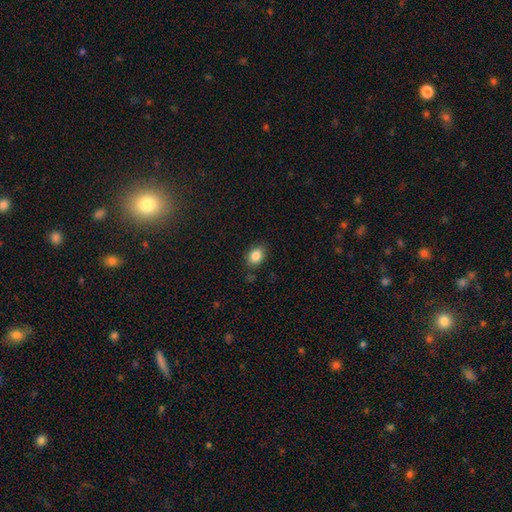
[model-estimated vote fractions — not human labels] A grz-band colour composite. It shows a smooth galaxy with no disk features (85%) that is in between round and cigar-shaped (66%). Merging: none (80%).